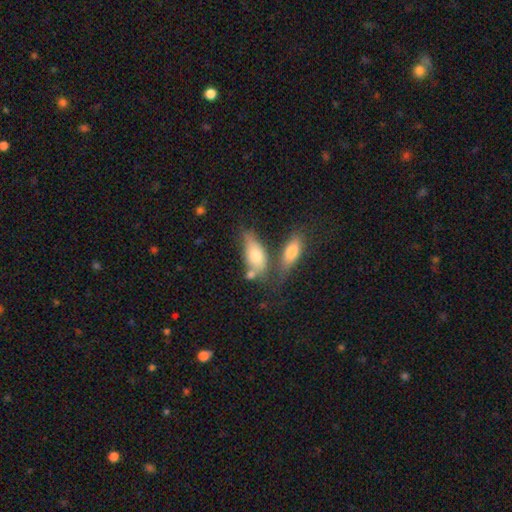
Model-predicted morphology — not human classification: This appears to be a smooth galaxy with no disk features (67%) that is in between round and cigar-shaped (75%). Merging: none (42%).